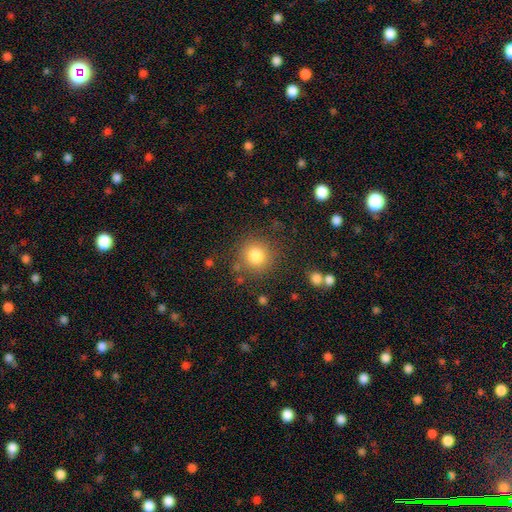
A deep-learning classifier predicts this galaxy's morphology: smooth 81%, star or artifact 11%, featured or disk 8%. Down the decision tree: how rounded — round (92%); merging — none (83%).